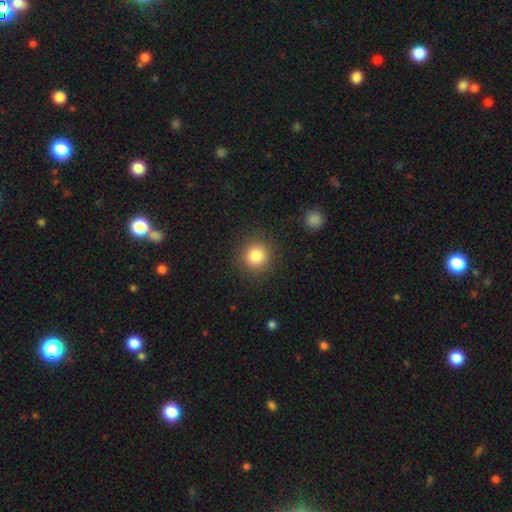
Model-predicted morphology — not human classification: Smooth or featured?
  - smooth: 84% *
  - star or artifact: 11%
  - featured or disk: 6%
How rounded?
  - round: 92% *
  - in between: 7%
  - cigar-shaped: 1%
Merging?
  - none: 89% *
  - minor disturbance: 6%
  - major disturbance: 3%
  - merger: 1%